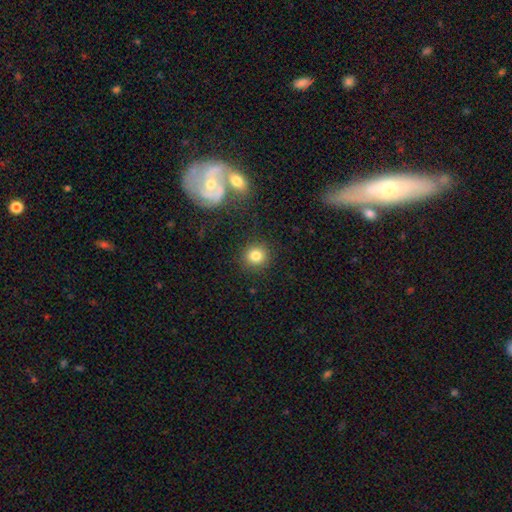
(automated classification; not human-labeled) A smooth galaxy with no disk features (81%) that is round (90%).

Vote fractions:
- Smooth or featured? smooth: 81% / star or artifact: 11% / featured or disk: 8%
- How rounded? round: 90% / in between: 9% / cigar-shaped: 1%
- Merging? none: 87% / minor disturbance: 7% / major disturbance: 3% / merger: 3%